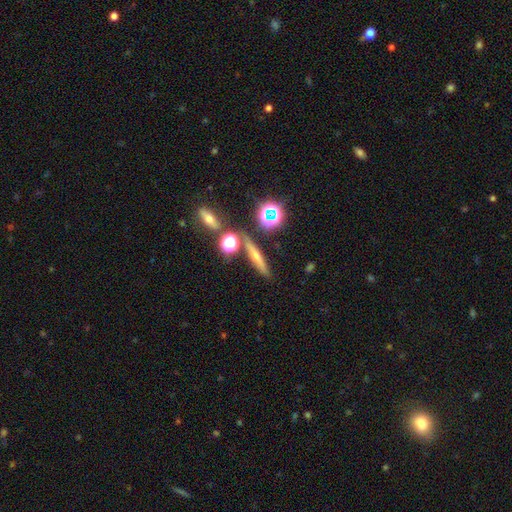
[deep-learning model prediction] Morphology: type=featured or disk (36%); merging=none (69%).